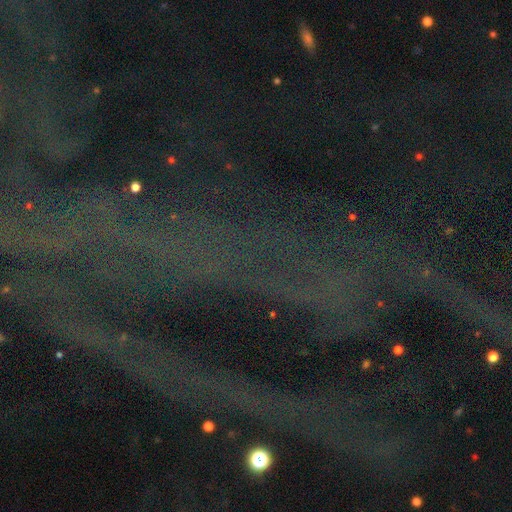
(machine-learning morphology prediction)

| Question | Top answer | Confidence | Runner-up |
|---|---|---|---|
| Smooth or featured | star or artifact | 81% | featured or disk (11%) |